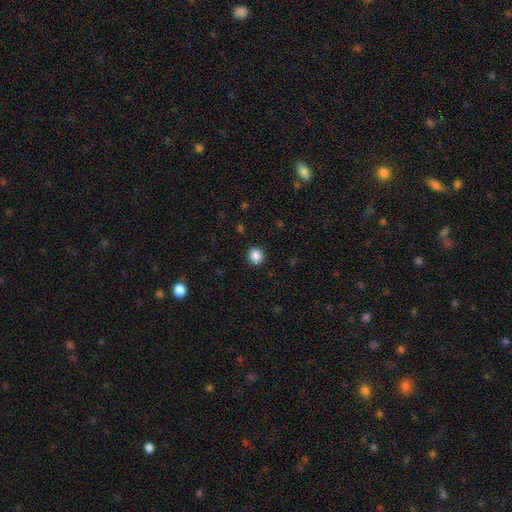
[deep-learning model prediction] The model was most divided on "smooth or featured": smooth: 87%, star or artifact: 10%, featured or disk: 3%. More confident: merging — none (92%); how rounded — round (91%).